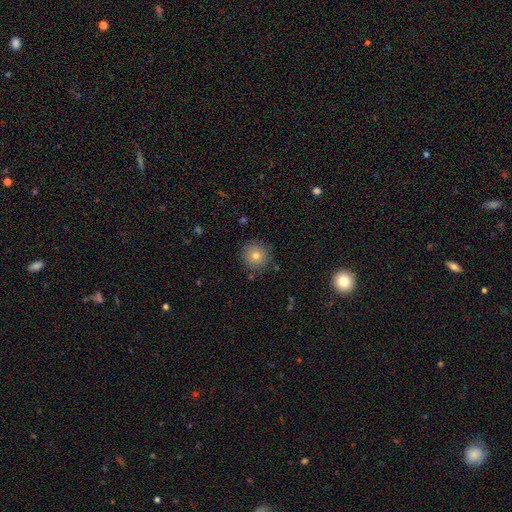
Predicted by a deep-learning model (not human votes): smooth-or-featured: smooth: 77% | star or artifact: 12% | featured or disk: 11%
  how-rounded: round: 95% | in between: 4% | cigar-shaped: 1%
  merging: none: 87% | minor disturbance: 8% | major disturbance: 3% | merger: 2%